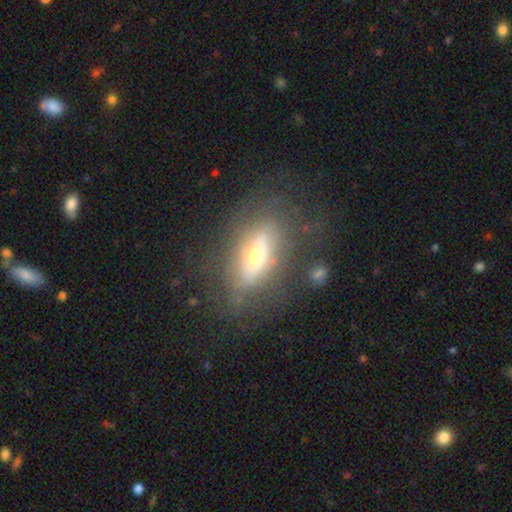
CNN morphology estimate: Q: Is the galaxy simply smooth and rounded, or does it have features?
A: featured or disk — 55%.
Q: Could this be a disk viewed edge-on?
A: no — 75%.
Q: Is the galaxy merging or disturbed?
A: none — 66%.